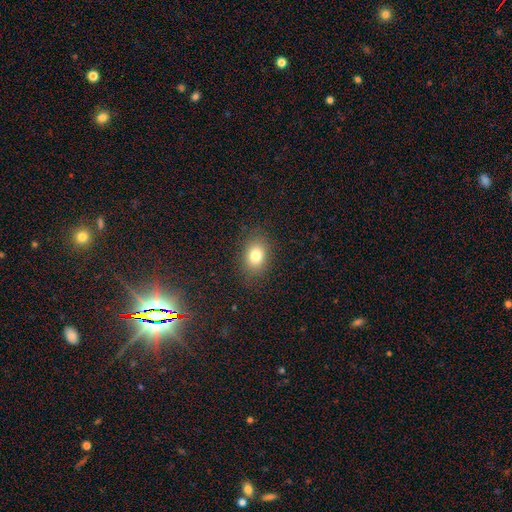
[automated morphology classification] This is likely a smooth galaxy (79%). How rounded: likely in between (65%). Merging: clearly none (86%).